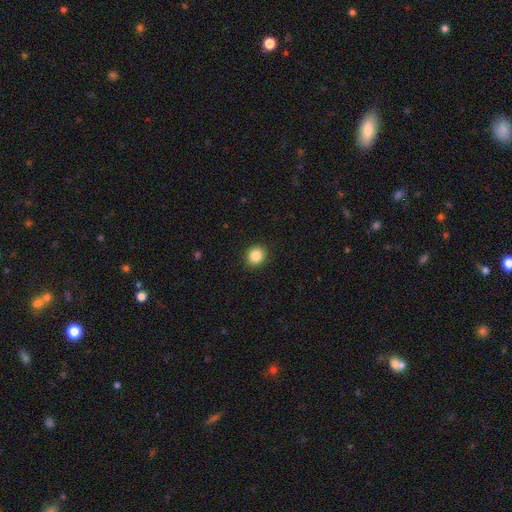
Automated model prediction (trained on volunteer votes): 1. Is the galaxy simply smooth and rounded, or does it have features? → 86% smooth, 10% star or artifact, 4% featured or disk.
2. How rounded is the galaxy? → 76% round, 23% in between, 1% cigar-shaped.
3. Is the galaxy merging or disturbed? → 91% none, 6% minor disturbance, 2% major disturbance, 1% merger.